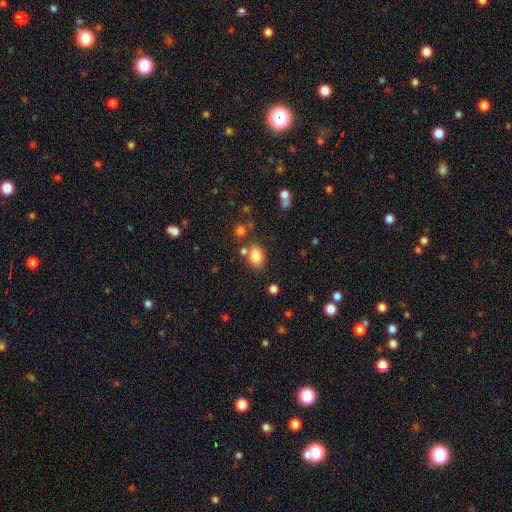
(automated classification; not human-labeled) Smooth or featured?
  - smooth: 83% *
  - star or artifact: 10%
  - featured or disk: 7%
How rounded?
  - in between: 70% *
  - round: 28%
  - cigar-shaped: 1%
Merging?
  - none: 69% *
  - minor disturbance: 14%
  - merger: 12%
  - major disturbance: 5%